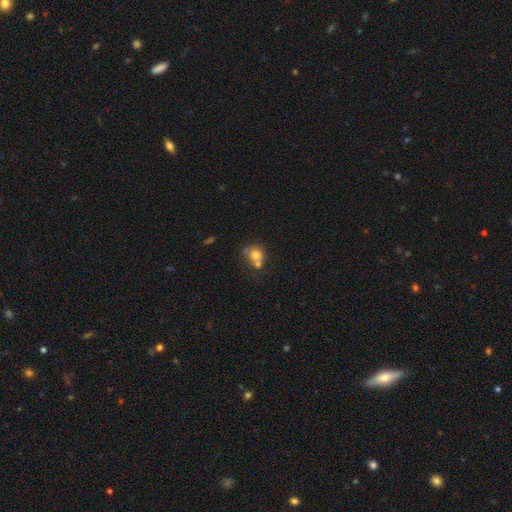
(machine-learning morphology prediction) smooth-or-featured: smooth: 74% | featured or disk: 16% | star or artifact: 11%
  how-rounded: round: 68% | in between: 31% | cigar-shaped: 1%
  merging: merger: 41% | none: 36% | minor disturbance: 15% | major disturbance: 7%